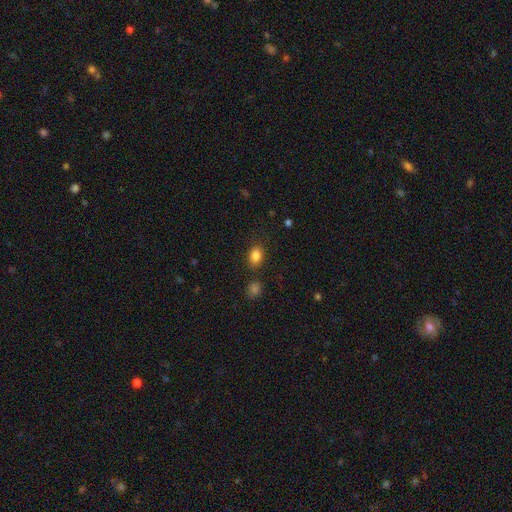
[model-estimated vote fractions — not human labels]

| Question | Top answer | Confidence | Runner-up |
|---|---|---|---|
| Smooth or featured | smooth | 84% | star or artifact (10%) |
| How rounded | in between | 71% | round (28%) |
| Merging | none | 82% | minor disturbance (11%) |